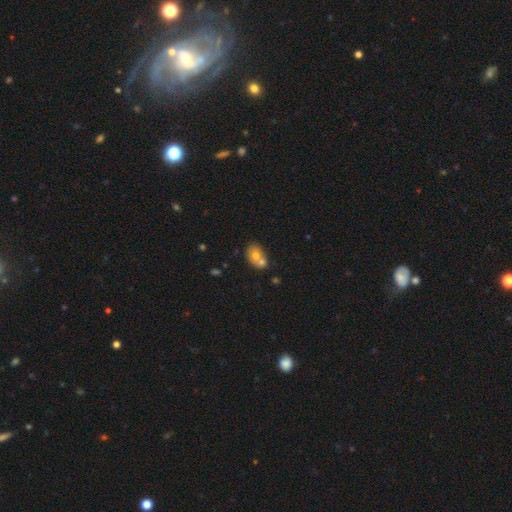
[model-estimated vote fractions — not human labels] Smooth or featured: smooth — 68% (featured or disk — 22%)
How rounded: in between — 58% (round — 41%)
Merging: merger — 58% (none — 30%)